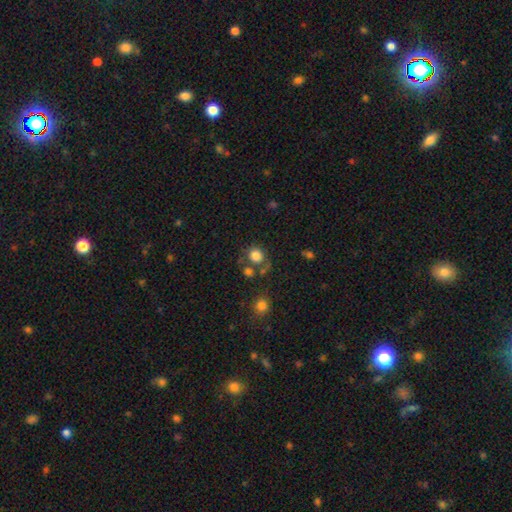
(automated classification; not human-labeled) Smooth or featured? Predicted: smooth (p=0.80). How rounded? Predicted: round (p=0.82). Merging? Predicted: none (p=0.62).